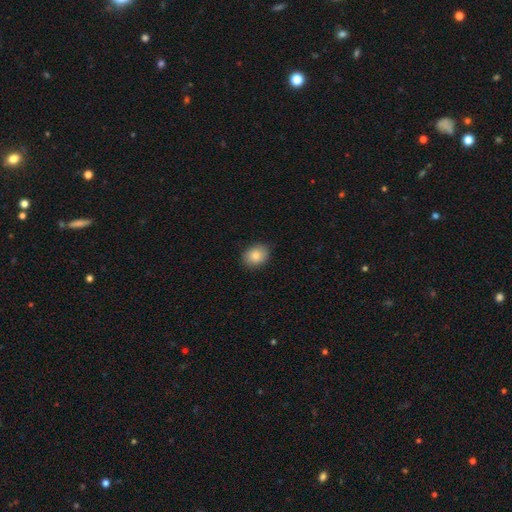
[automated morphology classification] Q: Smooth or featured?
A: smooth (86%); runner-up: star or artifact (8%)
Q: How rounded?
A: in between (58%); runner-up: round (41%)
Q: Merging?
A: none (86%); runner-up: minor disturbance (11%)